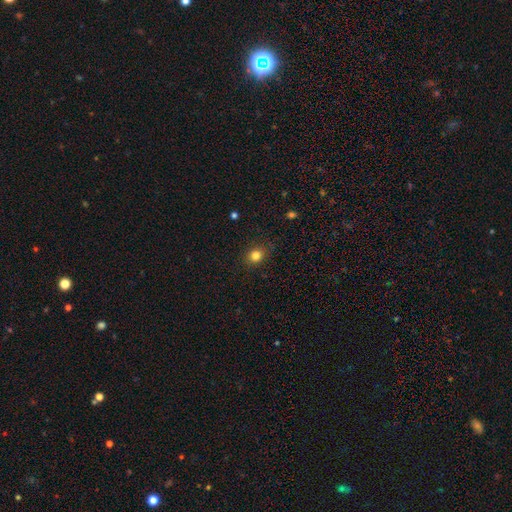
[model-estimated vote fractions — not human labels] Q: Smooth or featured?
A: smooth (82%); runner-up: star or artifact (12%)
Q: How rounded?
A: round (68%); runner-up: in between (31%)
Q: Merging?
A: none (85%); runner-up: minor disturbance (11%)